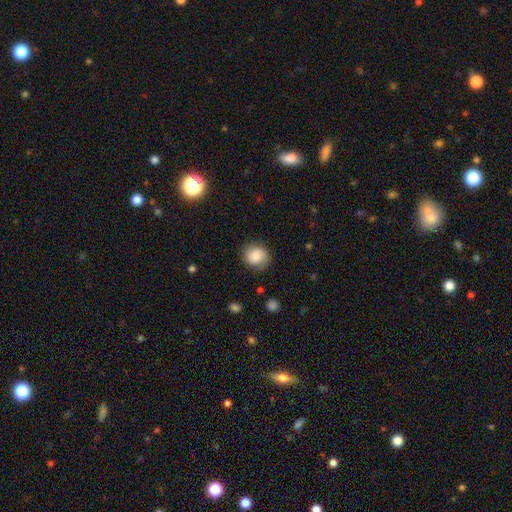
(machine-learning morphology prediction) type=smooth (79%); roundness=round (81%); merging=none (79%).